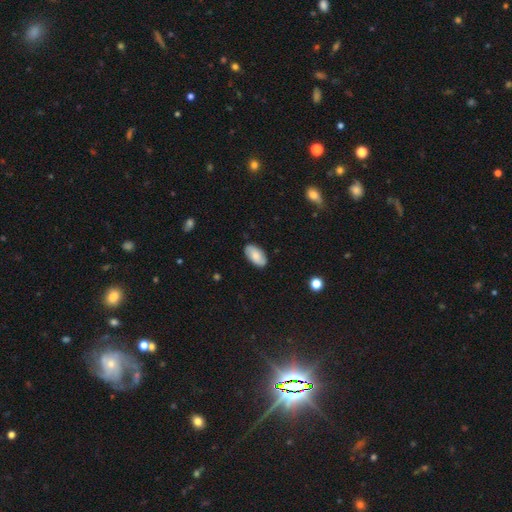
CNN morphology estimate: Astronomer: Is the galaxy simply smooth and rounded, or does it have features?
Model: smooth — 70%.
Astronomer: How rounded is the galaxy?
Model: in between — 94%.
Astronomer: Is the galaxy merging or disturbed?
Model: none — 85%.